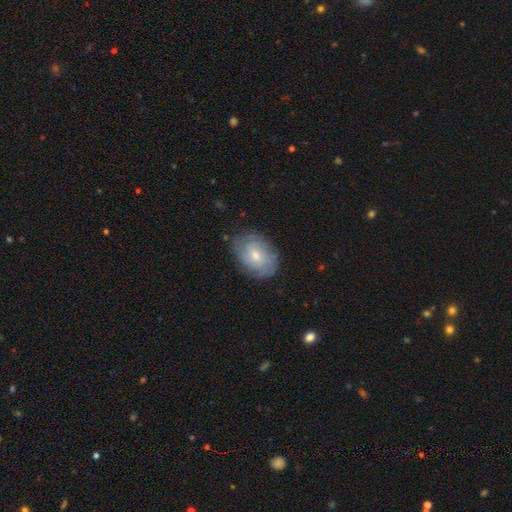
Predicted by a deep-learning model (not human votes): Morphology: type=smooth (46%, tied with featured or disk); merging=none (74%).